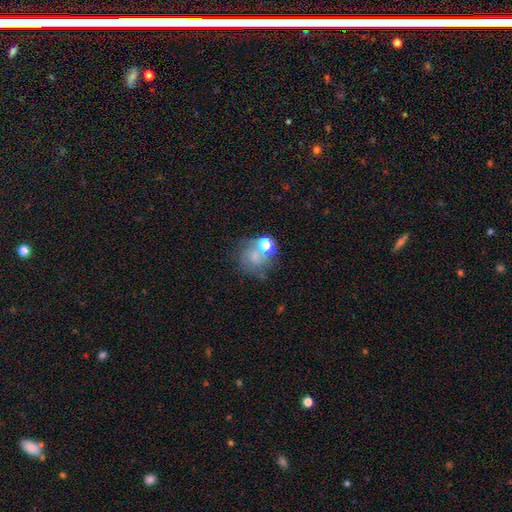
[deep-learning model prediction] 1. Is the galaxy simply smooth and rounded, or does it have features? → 51% smooth, 34% featured or disk, 15% star or artifact.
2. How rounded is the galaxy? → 73% round, 26% in between, 1% cigar-shaped.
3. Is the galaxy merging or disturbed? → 39% none, 28% merger, 17% minor disturbance, 17% major disturbance.